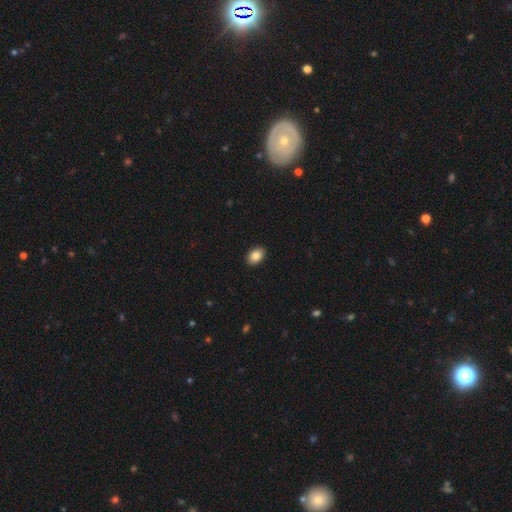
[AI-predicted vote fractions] This is clearly a smooth galaxy (86%). How rounded: clearly in between (82%). Merging: clearly none (91%).